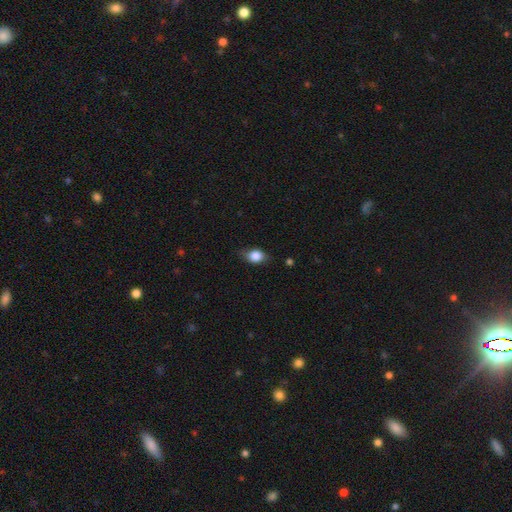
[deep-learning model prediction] This is clearly a smooth galaxy (81%). How rounded: likely in between (65%). Merging: likely none (71%).